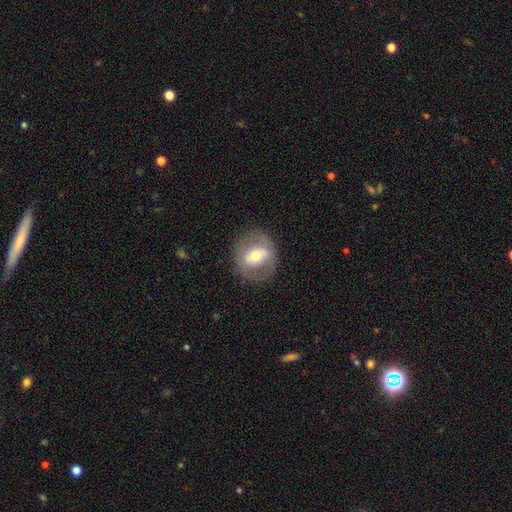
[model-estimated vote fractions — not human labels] This appears to be a featured or disk galaxy (50%). Merging: none (80%).